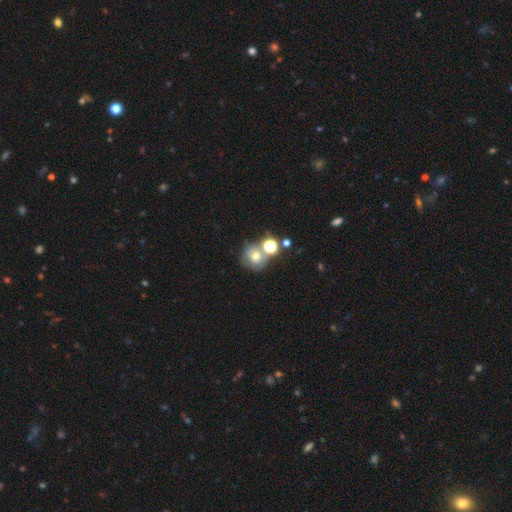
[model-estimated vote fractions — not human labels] A smooth galaxy with no disk features (62%) that is round (82%).

Vote fractions:
- Smooth or featured? smooth: 62% / featured or disk: 22% / star or artifact: 16%
- How rounded? round: 82% / in between: 17% / cigar-shaped: 1%
- Merging? none: 44% / merger: 38% / minor disturbance: 12% / major disturbance: 7%